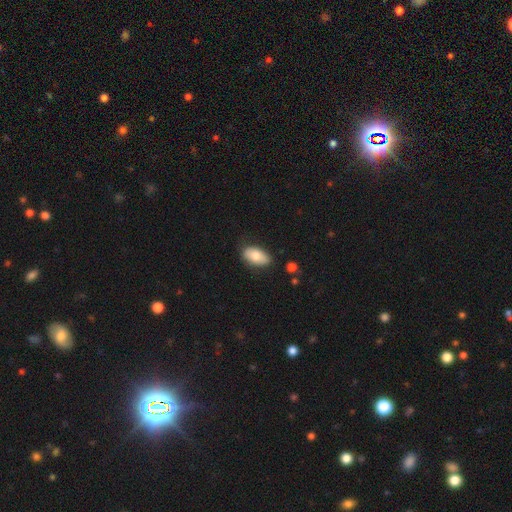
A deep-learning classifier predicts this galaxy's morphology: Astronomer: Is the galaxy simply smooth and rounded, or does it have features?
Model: smooth — 78%.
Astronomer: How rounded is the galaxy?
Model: in between — 93%.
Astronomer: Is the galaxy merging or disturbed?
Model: none — 79%.